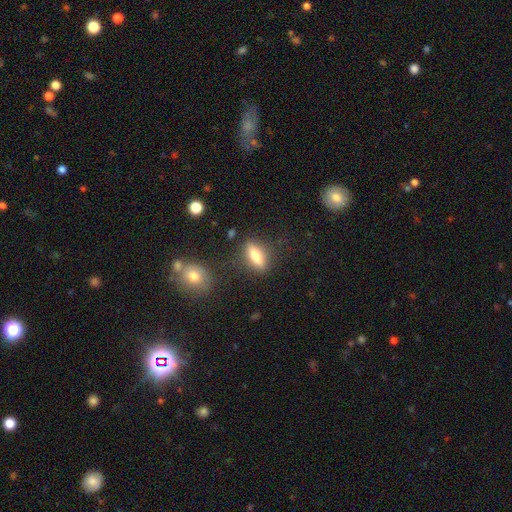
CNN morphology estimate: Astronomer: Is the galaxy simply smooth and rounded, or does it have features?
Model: smooth — 64%.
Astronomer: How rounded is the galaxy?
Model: in between — 56% (runner-up: cigar-shaped, 39%).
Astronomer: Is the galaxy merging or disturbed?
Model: none — 82%.